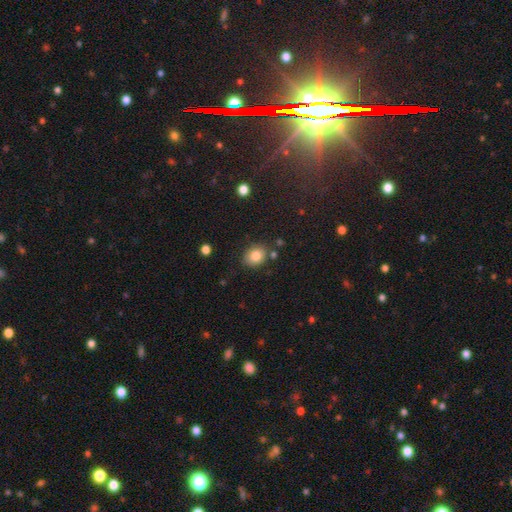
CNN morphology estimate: smooth-or-featured: smooth: 83% | star or artifact: 10% | featured or disk: 7%
  how-rounded: round: 50% | in between: 49% | cigar-shaped: 1%
  merging: none: 77% | minor disturbance: 15% | merger: 5% | major disturbance: 3%